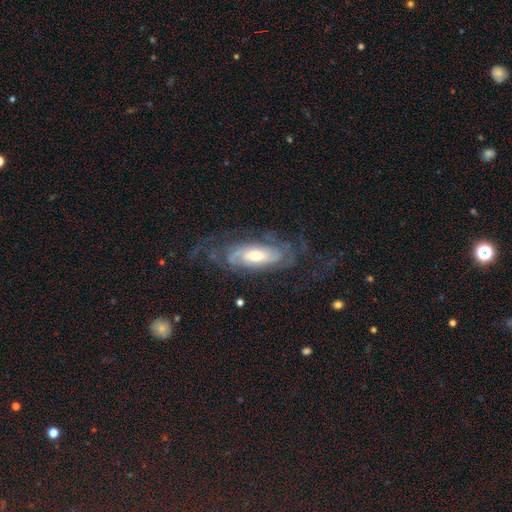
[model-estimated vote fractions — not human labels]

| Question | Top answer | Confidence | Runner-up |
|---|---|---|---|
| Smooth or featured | featured or disk | 81% | smooth (14%) |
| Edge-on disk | no | 89% | yes (11%) |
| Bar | no | 61% | weak (27%) |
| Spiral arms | yes | 90% | no (10%) |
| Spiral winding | tight | 55% | medium (31%) |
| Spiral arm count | can't tell | 42% | 2 (31%) |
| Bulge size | moderate | 60% | small (31%) |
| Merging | none | 61% | minor disturbance (19%) |